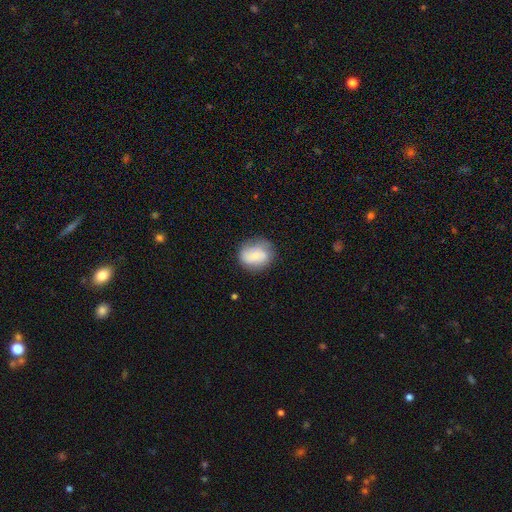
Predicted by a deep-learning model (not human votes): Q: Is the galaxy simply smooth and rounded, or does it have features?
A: smooth — 63%.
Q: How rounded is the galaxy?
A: round — 63%.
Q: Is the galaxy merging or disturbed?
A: none — 69%.